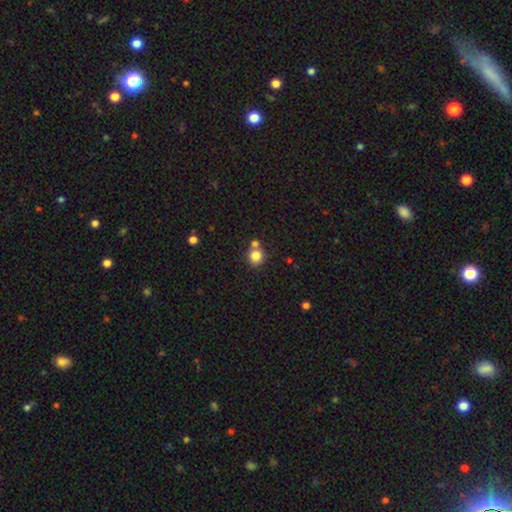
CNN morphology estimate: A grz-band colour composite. It shows a smooth galaxy with no disk features (82%) that is round (89%). Merging: none (66%).